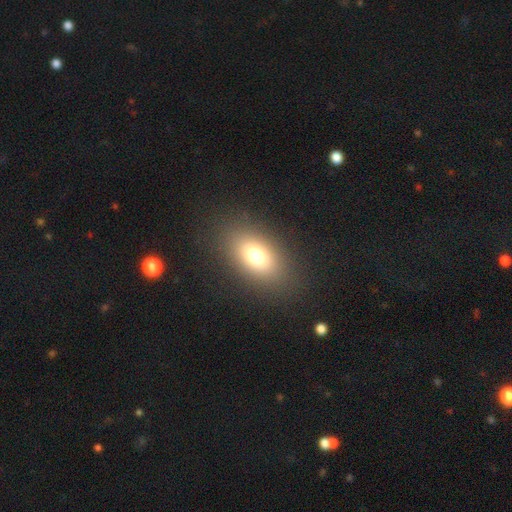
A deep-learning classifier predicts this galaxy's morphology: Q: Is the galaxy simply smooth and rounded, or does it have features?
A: smooth — 75%.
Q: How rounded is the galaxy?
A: in between — 86%.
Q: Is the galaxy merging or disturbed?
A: none — 86%.